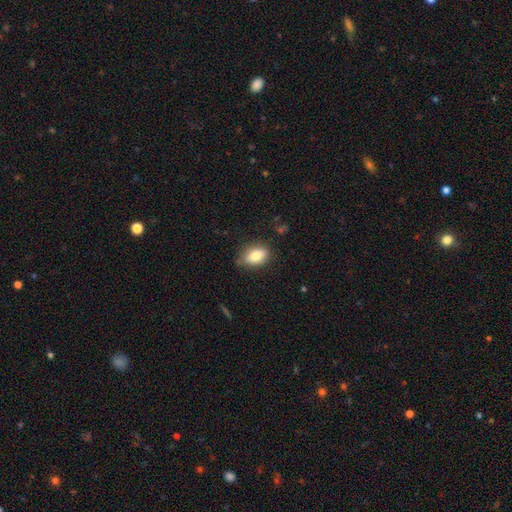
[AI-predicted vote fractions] Overall: smooth (82%). How rounded: in between (86%). Merging: none (77%).